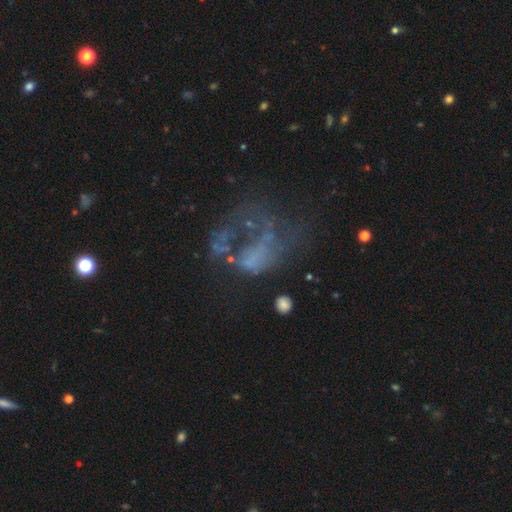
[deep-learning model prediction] This is possibly a featured or disk galaxy (53%). It is clearly not viewed edge-on (98%). Bar: clearly no (90%). Spiral arm pattern: clearly no (87%). Central bulge: likely none (78%). Merging: possibly major disturbance (49%).